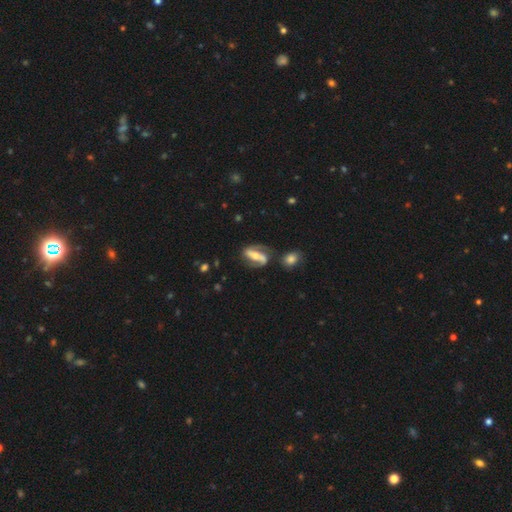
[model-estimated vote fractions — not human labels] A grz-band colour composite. It shows a featured or disk galaxy (79%) with a strong bar (64%), 2 (88%) medium (40%) spiral arms (88%) and a moderate central bulge (58%). Merging: none (67%).